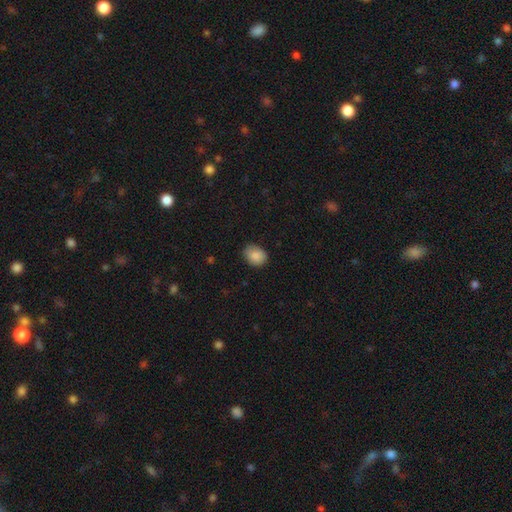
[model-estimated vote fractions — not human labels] smooth-or-featured: smooth: 88% | star or artifact: 8% | featured or disk: 4%
  how-rounded: in between: 58% | round: 41% | cigar-shaped: 1%
  merging: none: 77% | minor disturbance: 19% | major disturbance: 3% | merger: 1%